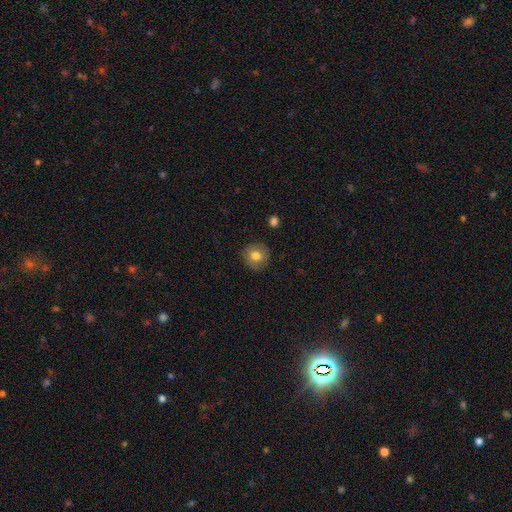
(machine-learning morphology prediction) Overall: smooth (77%). How rounded: round (91%). Merging: none (88%).